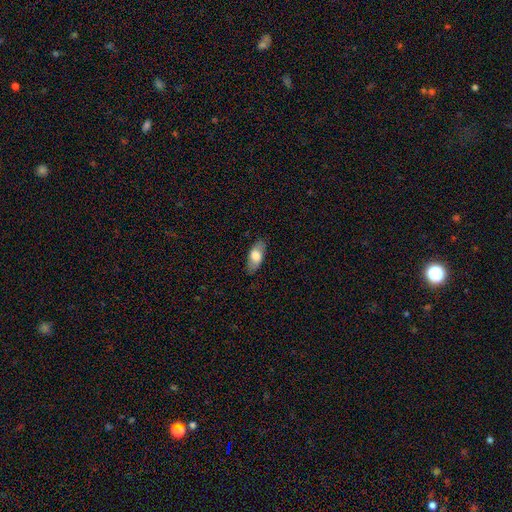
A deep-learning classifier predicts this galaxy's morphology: A smooth galaxy with no disk features (70%) that is in between round and cigar-shaped (85%). Merging: none (82%).